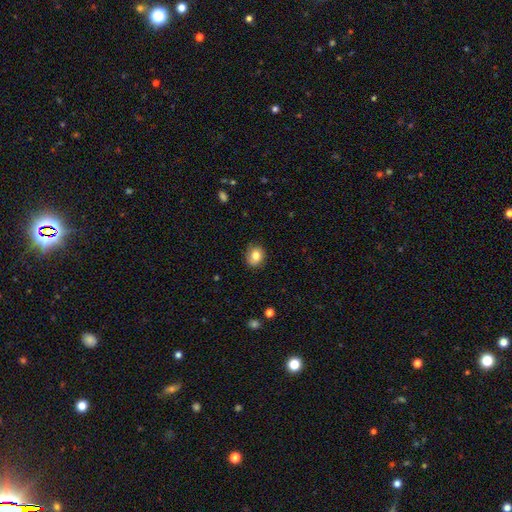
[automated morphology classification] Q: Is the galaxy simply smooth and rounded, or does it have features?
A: smooth — 81%.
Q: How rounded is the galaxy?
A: round — 63%.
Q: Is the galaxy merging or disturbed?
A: none — 82%.